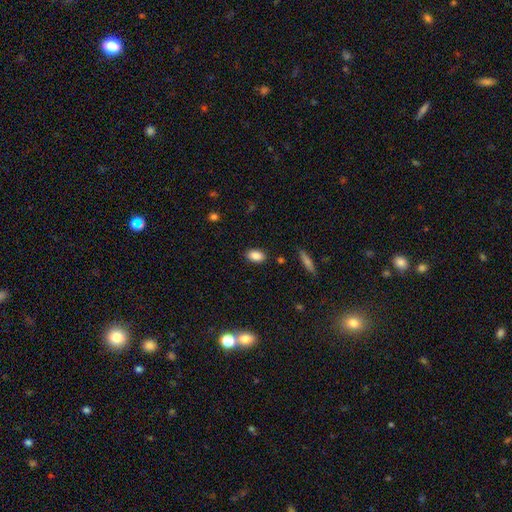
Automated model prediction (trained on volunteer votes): Q: Smooth or featured?
A: smooth (87%); runner-up: star or artifact (8%)
Q: How rounded?
A: in between (89%); runner-up: round (8%)
Q: Merging?
A: none (87%); runner-up: minor disturbance (9%)